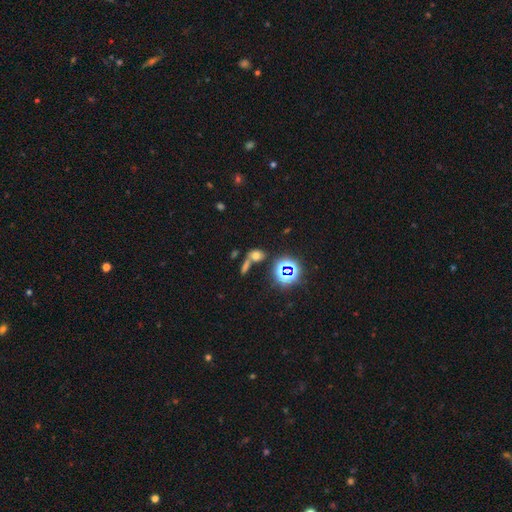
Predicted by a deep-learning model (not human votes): Q: Smooth or featured?
A: smooth (56%); runner-up: star or artifact (33%)
Q: How rounded?
A: in between (64%); runner-up: round (30%)
Q: Merging?
A: none (44%); runner-up: merger (39%)